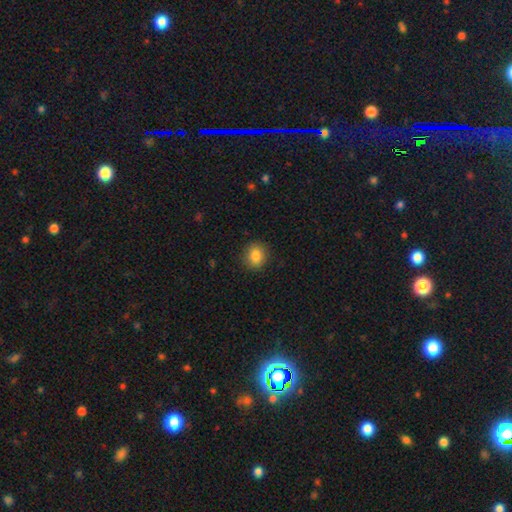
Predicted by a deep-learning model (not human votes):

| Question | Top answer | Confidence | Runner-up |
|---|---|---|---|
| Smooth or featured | smooth | 85% | star or artifact (9%) |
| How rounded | round | 74% | in between (25%) |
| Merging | none | 88% | minor disturbance (9%) |